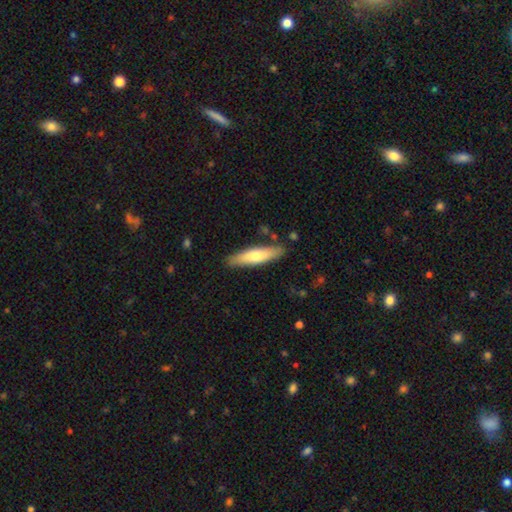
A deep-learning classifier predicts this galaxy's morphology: A smooth galaxy with no disk features (65%) that is cigar-shaped (75%).

Vote fractions:
- Smooth or featured? smooth: 65% / featured or disk: 30% / star or artifact: 5%
- How rounded? cigar-shaped: 75% / in between: 24% / round: 1%
- Merging? none: 86% / minor disturbance: 10% / merger: 2% / major disturbance: 2%